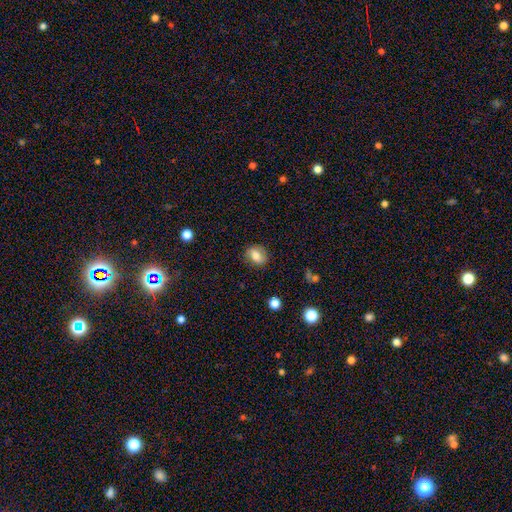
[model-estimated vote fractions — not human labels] A smooth galaxy with no disk features (75%) that is in between round and cigar-shaped (52%).

Vote fractions:
- Smooth or featured? smooth: 75% / featured or disk: 16% / star or artifact: 10%
- How rounded? in between: 52% / round: 46% / cigar-shaped: 2%
- Merging? none: 81% / minor disturbance: 14% / major disturbance: 4% / merger: 1%